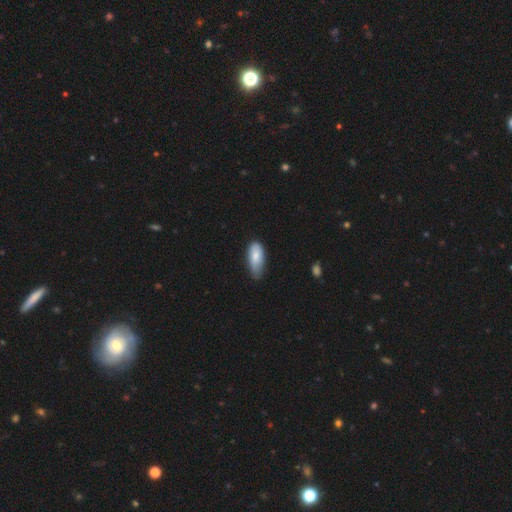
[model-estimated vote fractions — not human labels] Morphology: type=smooth (80%); roundness=in between (87%); merging=minor disturbance (45%, tied with none).